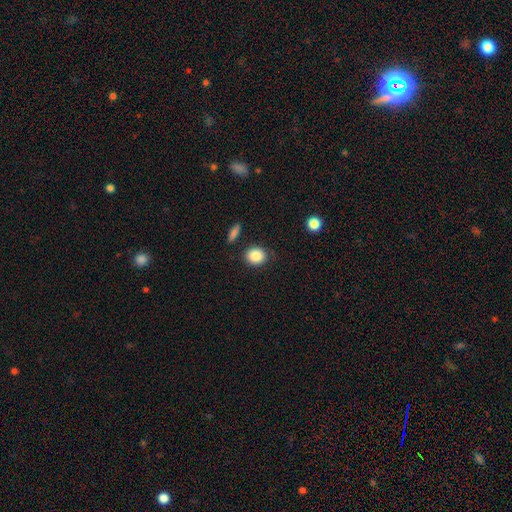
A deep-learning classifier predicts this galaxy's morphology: Overall: smooth (86%). How rounded: round (69%; in between 30%). Merging: none (83%).